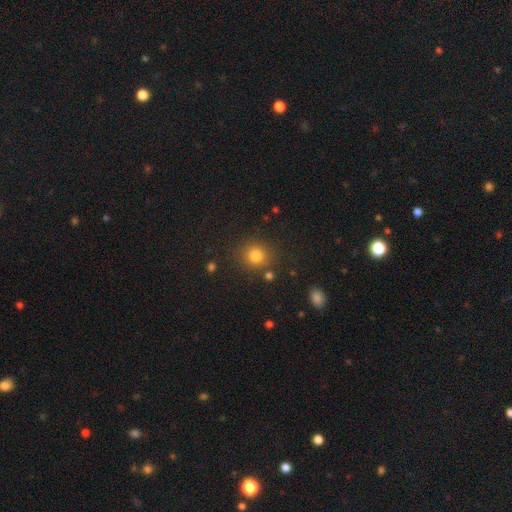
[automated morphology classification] Smooth or featured? Predicted: smooth (p=0.80). How rounded? Predicted: round (p=0.88). Merging? Predicted: none (p=0.83).